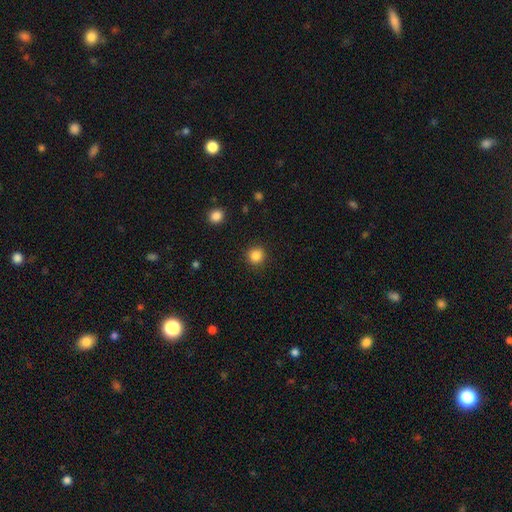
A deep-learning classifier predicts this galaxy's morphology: Q: Smooth or featured?
A: smooth (85%); runner-up: star or artifact (11%)
Q: How rounded?
A: round (92%); runner-up: in between (7%)
Q: Merging?
A: none (90%); runner-up: minor disturbance (7%)